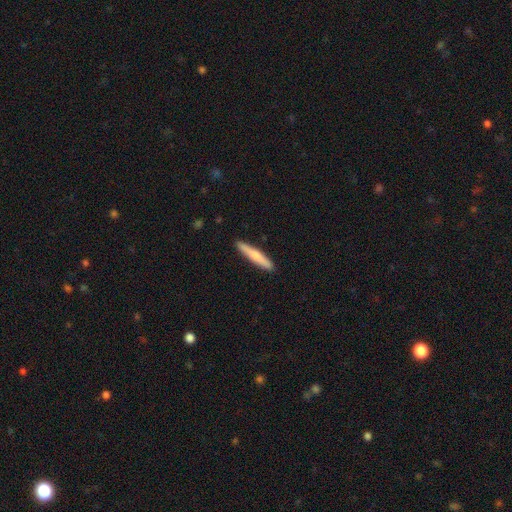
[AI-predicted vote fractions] Smooth or featured? Predicted: smooth (p=0.67). How rounded? Predicted: cigar-shaped (p=0.93). Merging? Predicted: none (p=0.91).